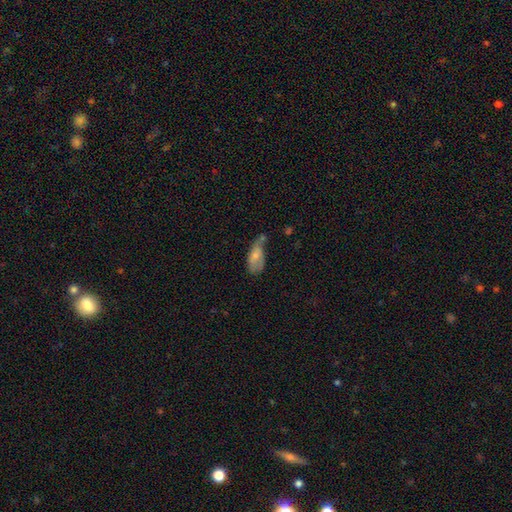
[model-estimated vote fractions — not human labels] A smooth galaxy with no disk features (67%) that is in between round and cigar-shaped (88%).

Vote fractions:
- Smooth or featured? smooth: 67% / featured or disk: 25% / star or artifact: 8%
- How rounded? in between: 88% / cigar-shaped: 8% / round: 4%
- Merging? minor disturbance: 33% / none: 28% / major disturbance: 21% / merger: 18%